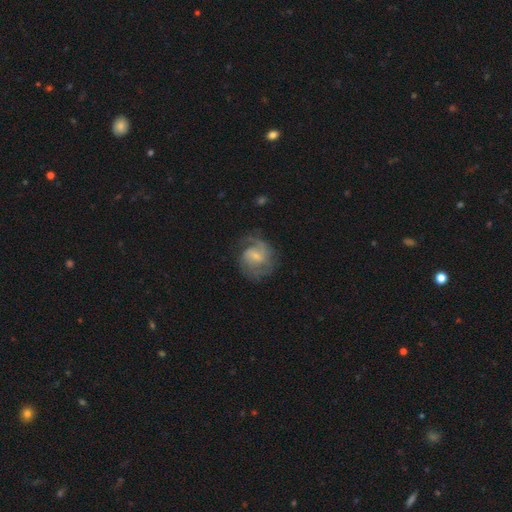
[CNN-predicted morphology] Smooth or featured: featured or disk — 76% (smooth — 19%)
Edge-on disk: no — 98% (yes — 2%)
Bar: weak — 57% (no — 31%)
Spiral arms: yes — 91% (no — 9%)
Spiral winding: medium — 46% (tight — 33%)
Spiral arm count: 2 — 50% (can't tell — 22%)
Bulge size: small — 60% (moderate — 28%)
Merging: none — 63% (minor disturbance — 20%)